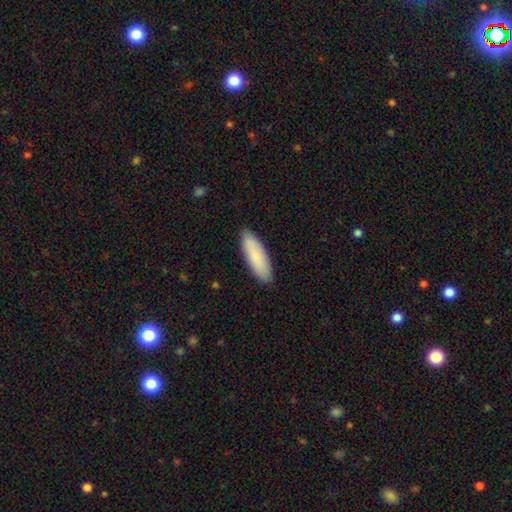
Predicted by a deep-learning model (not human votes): Morphology: type=smooth (86%); roundness=in between (56%); merging=none (89%).